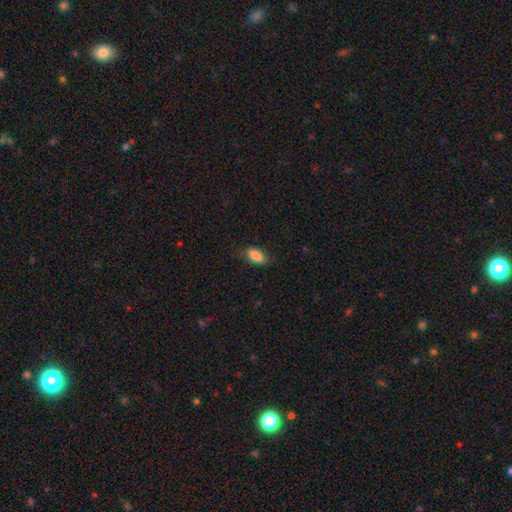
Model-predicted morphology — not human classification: This is clearly a smooth galaxy (85%). How rounded: clearly in between (90%). Merging: likely none (72%).